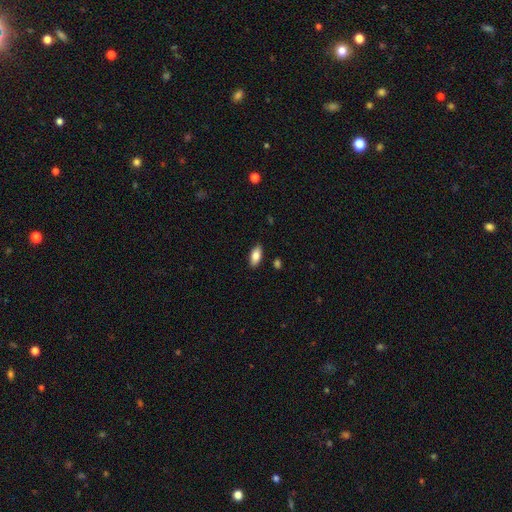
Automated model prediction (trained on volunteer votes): Smooth or featured? smooth (82%)
How rounded? in between (90%)
Merging? none (88%)